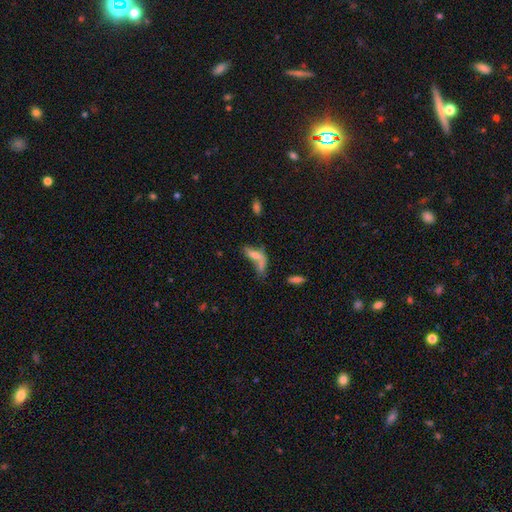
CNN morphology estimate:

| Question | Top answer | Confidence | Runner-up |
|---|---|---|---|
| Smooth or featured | featured or disk | 44% | tied: smooth (44%) |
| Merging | major disturbance | 30% | merger (27%) |